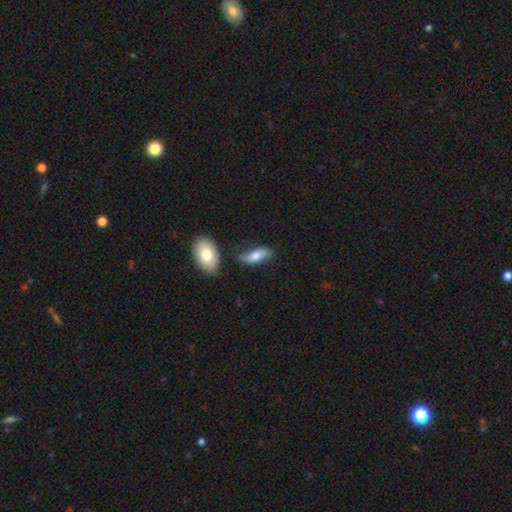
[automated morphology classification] This is likely a smooth galaxy (65%). How rounded: likely in between (68%). Merging: likely none (63%).